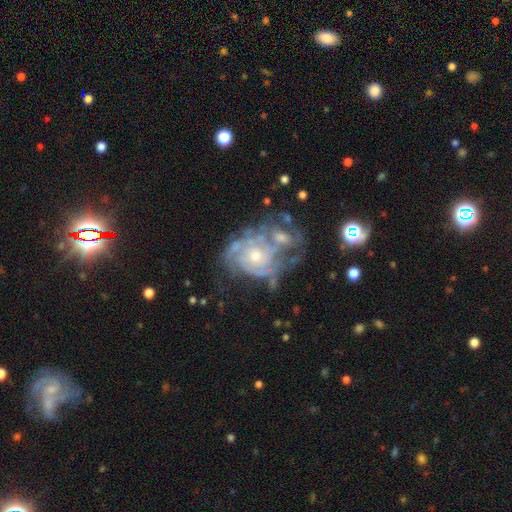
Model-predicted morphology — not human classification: Smooth or featured? featured or disk (84%)
Edge-on disk? no (97%)
Bar? no (80%)
Spiral arms? yes (88%)
Spiral winding? tight (67%)
Spiral arm count? can't tell (44%)
Bulge size? moderate (47%, tied with small)
Merging? none (35%)